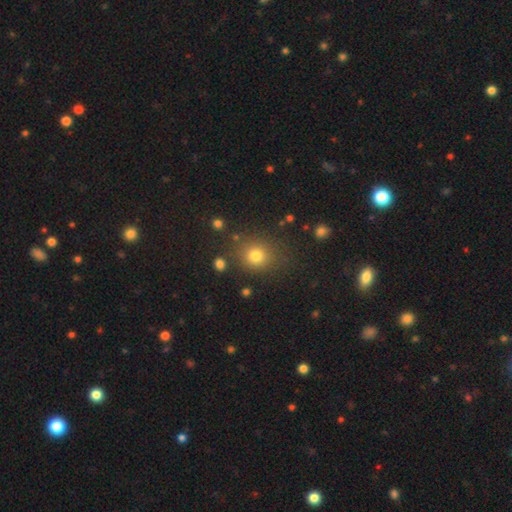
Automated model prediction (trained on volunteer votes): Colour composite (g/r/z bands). It shows a smooth galaxy with no disk features (78%) that is round (76%). Merging: none (79%).